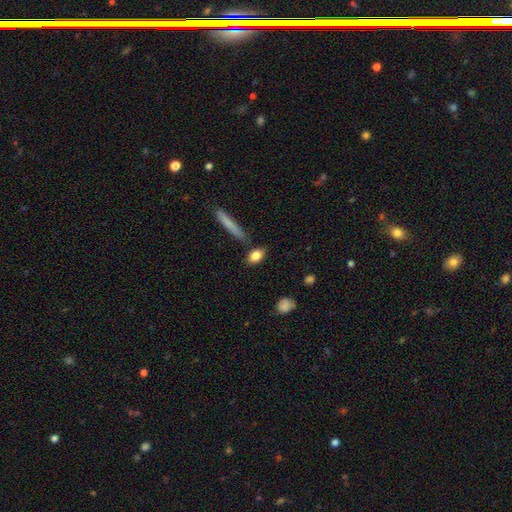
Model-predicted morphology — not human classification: Q: Smooth or featured?
A: smooth (84%); runner-up: featured or disk (9%)
Q: How rounded?
A: in between (73%); runner-up: round (16%)
Q: Merging?
A: none (74%); runner-up: minor disturbance (15%)